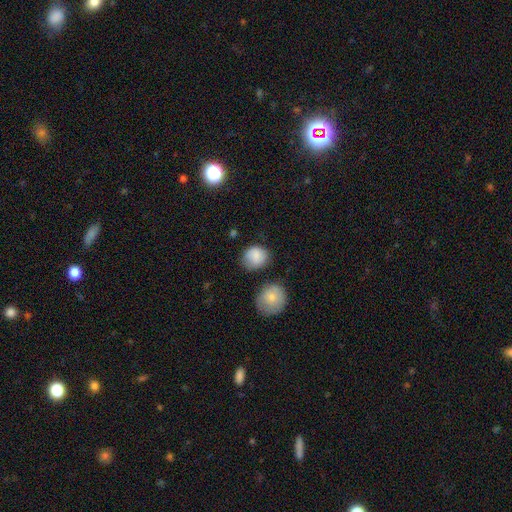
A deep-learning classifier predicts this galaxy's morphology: smooth 87%, star or artifact 7%, featured or disk 6%. Down the decision tree: how rounded — round (75%); merging — none (67%).